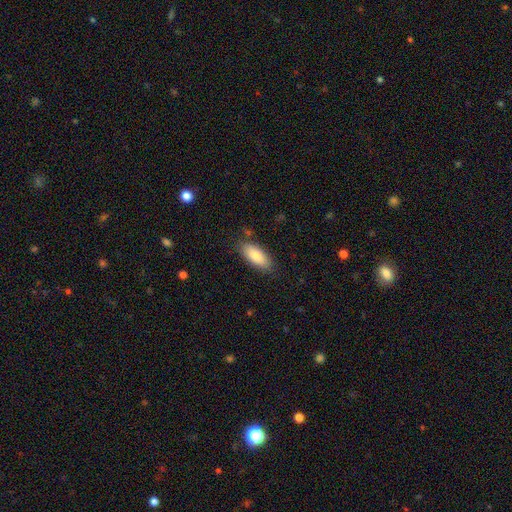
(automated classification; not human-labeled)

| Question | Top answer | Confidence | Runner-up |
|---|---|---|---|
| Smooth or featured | smooth | 84% | featured or disk (10%) |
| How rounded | in between | 83% | cigar-shaped (15%) |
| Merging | none | 83% | minor disturbance (13%) |